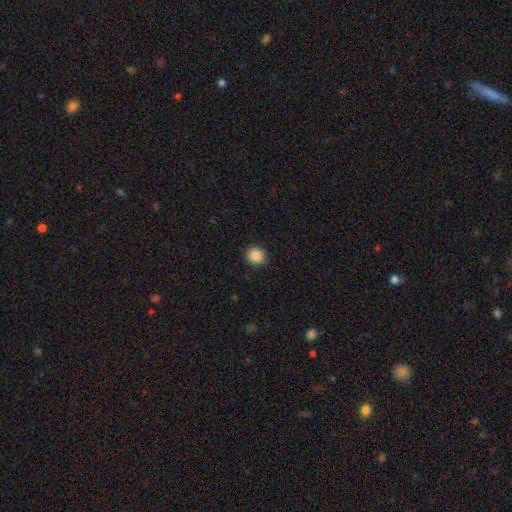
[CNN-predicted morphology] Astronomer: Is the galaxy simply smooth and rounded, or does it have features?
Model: smooth — 88%.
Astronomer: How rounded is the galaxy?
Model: round — 86%.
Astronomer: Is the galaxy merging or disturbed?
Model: none — 91%.